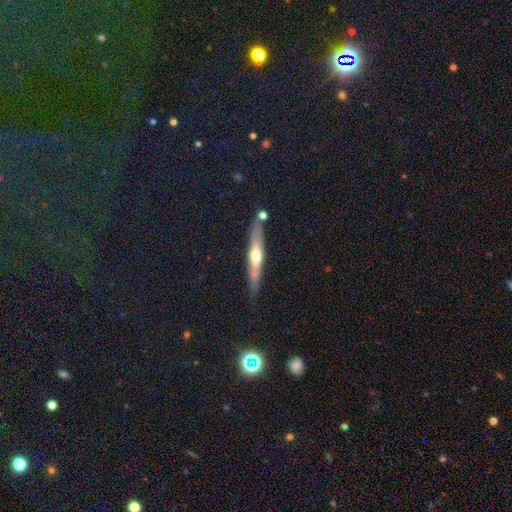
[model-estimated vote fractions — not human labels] The model was most divided on "smooth or featured": featured or disk: 57%, smooth: 37%, star or artifact: 6%. More confident: edge-on disk — yes (90%); edge-on bulge — rounded (81%); merging — none (76%).